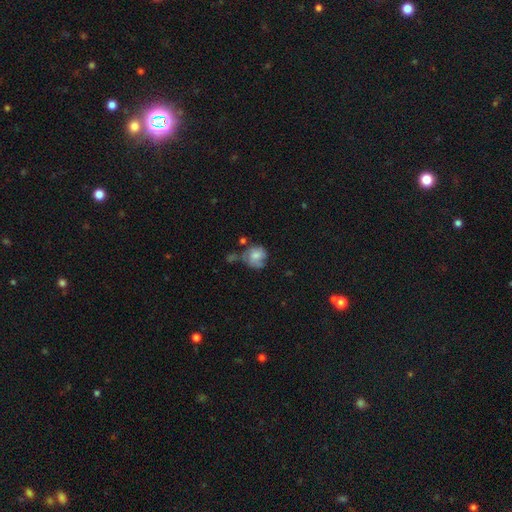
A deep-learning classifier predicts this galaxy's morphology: Smooth or featured? smooth (61%)
How rounded? round (74%)
Merging? none (39%)